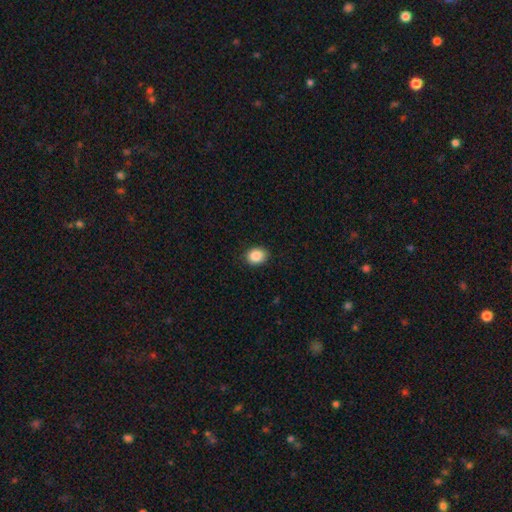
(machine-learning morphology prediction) Smooth or featured: smooth — 88% (star or artifact — 8%)
How rounded: round — 53% (in between — 47%)
Merging: none — 87% (minor disturbance — 10%)